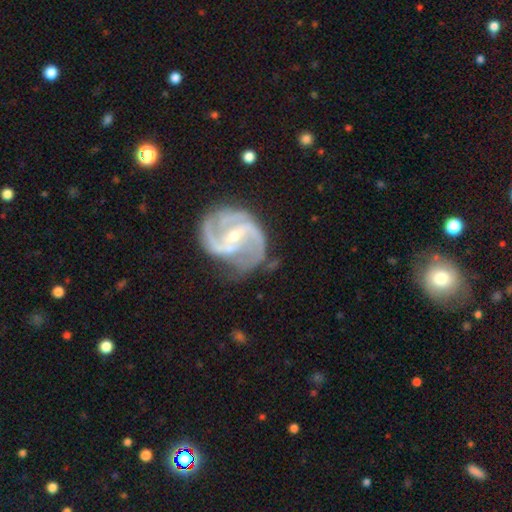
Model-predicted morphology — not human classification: Smooth or featured? featured or disk (91%)
Edge-on disk? no (98%)
Bar? weak (44%)
Spiral arms? yes (97%)
Spiral winding? medium (56%)
Spiral arm count? 2 (64%)
Bulge size? small (56%)
Merging? none (60%)